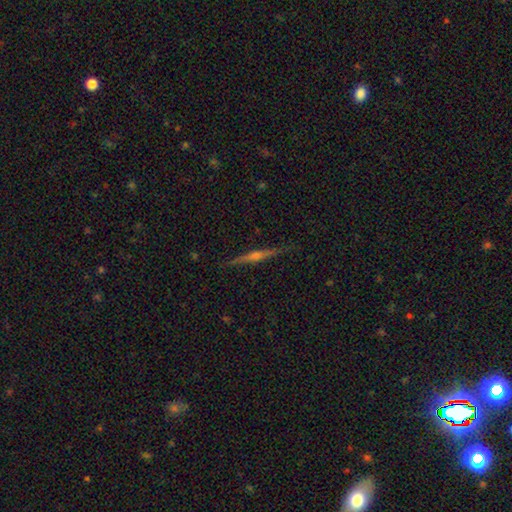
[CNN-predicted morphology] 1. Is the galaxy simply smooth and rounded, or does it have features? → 77% featured or disk, 16% smooth, 7% star or artifact.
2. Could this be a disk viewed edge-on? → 98% yes, 2% no.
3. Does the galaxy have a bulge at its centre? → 82% rounded, 10% none, 8% boxy.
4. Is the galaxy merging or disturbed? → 91% none, 7% minor disturbance, 1% major disturbance, 1% merger.